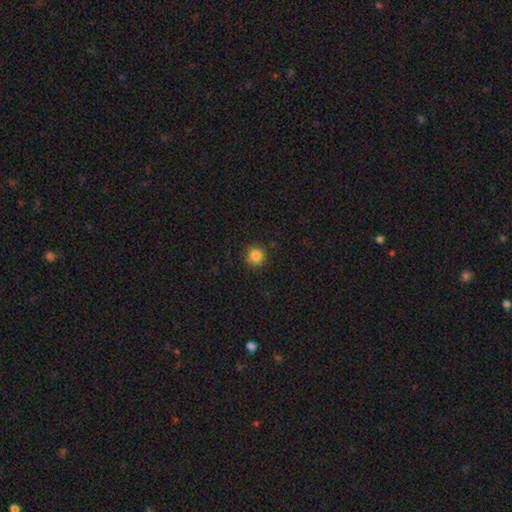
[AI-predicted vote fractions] Q: Smooth or featured?
A: smooth (86%); runner-up: star or artifact (11%)
Q: How rounded?
A: round (94%); runner-up: in between (5%)
Q: Merging?
A: none (90%); runner-up: minor disturbance (7%)